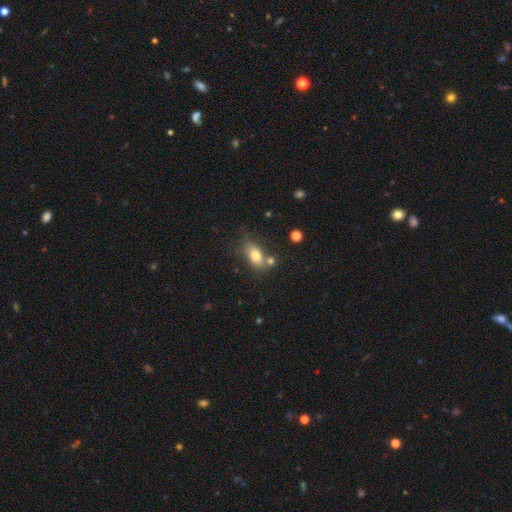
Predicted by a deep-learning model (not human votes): A smooth galaxy with no disk features (77%) that is in between round and cigar-shaped (85%). Merging: none (59%).